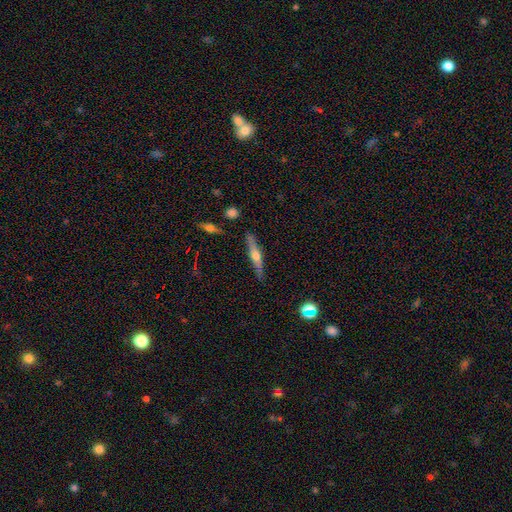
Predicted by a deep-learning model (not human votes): smooth_or_featured: featured or disk (p=0.65) [alt: smooth p=0.28]
disk_edge_on: yes (p=0.96) [alt: no p=0.04]
edge_on_bulge: rounded (p=0.90) [alt: boxy p=0.05]
merging: none (p=0.85) [alt: minor disturbance p=0.11]